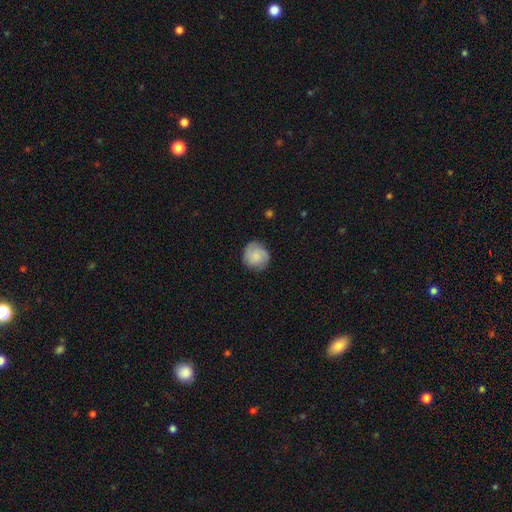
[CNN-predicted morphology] A smooth galaxy with no disk features (66%) that is round (88%). Merging: none (79%).